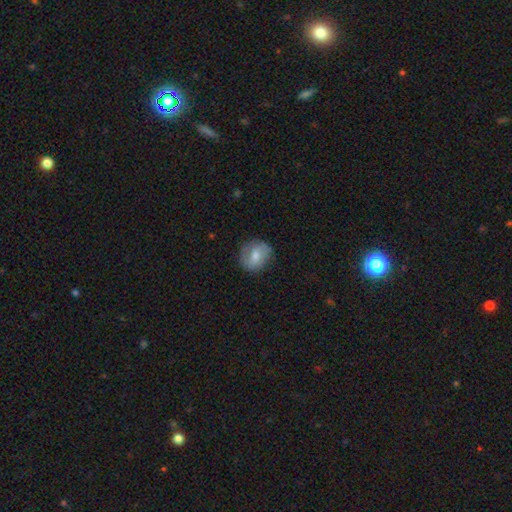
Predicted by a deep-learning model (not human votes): This appears to be a smooth galaxy with no disk features (63%) that is round (71%). Merging: none (79%).